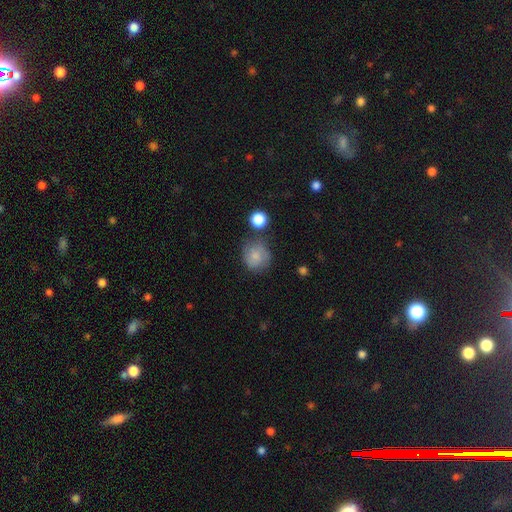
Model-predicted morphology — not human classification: Smooth or featured? smooth (76%)
How rounded? round (85%)
Merging? none (66%)